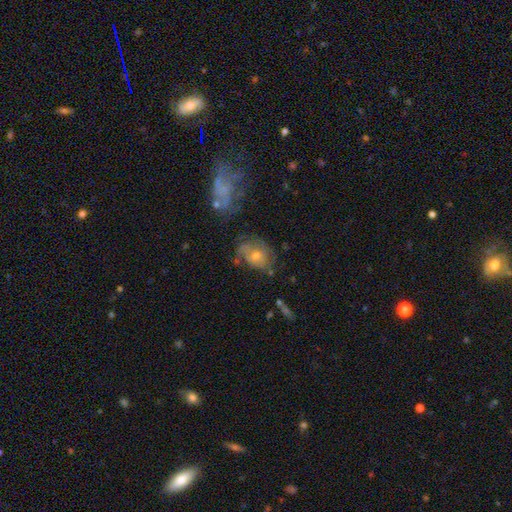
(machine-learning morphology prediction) Overall: featured or disk (54%; smooth 36%). Edge-on disk: no (96%). Bar: no (74%). Spiral arms: yes (63%; no 37%). Bulge size: moderate (59%; small 33%). Merging: none (48%; minor disturbance 26%).